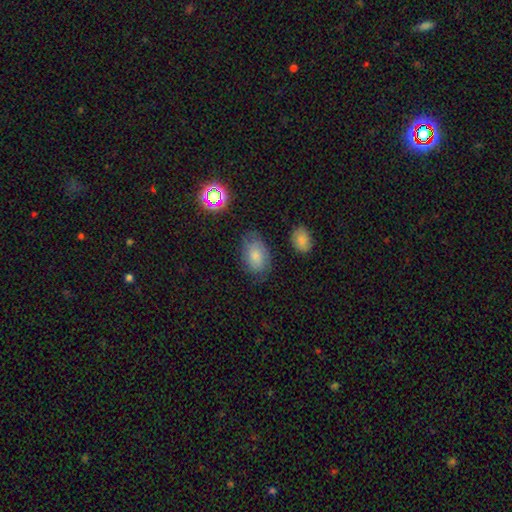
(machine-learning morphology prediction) smooth-or-featured: smooth: 69% | featured or disk: 20% | star or artifact: 11%
  how-rounded: in between: 85% | round: 14% | cigar-shaped: 1%
  merging: none: 68% | minor disturbance: 22% | major disturbance: 7% | merger: 3%